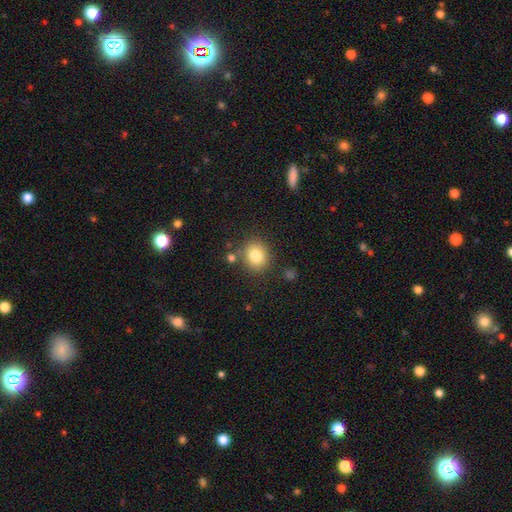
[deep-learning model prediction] smooth_or_featured: smooth (p=0.81) [alt: star or artifact p=0.11]
how_rounded: round (p=0.77) [alt: in between p=0.22]
merging: none (p=0.80) [alt: minor disturbance p=0.10]